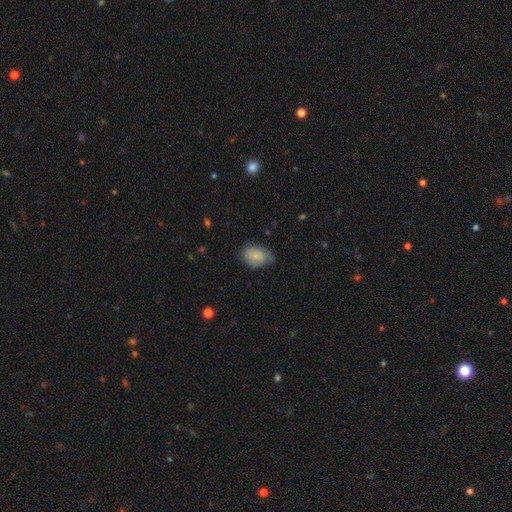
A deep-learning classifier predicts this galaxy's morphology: A smooth galaxy with no disk features (79%) that is in between round and cigar-shaped (86%).

Vote fractions:
- Smooth or featured? smooth: 79% / featured or disk: 14% / star or artifact: 7%
- How rounded? in between: 86% / round: 13% / cigar-shaped: 1%
- Merging? none: 52% / minor disturbance: 37% / major disturbance: 9% / merger: 2%